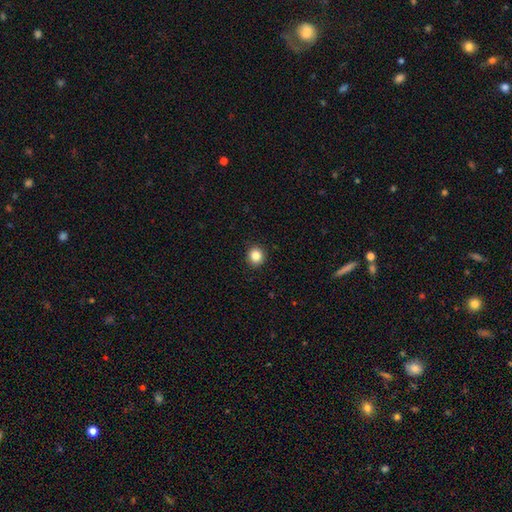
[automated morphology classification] Overall: smooth (85%). How rounded: round (91%). Merging: none (93%).